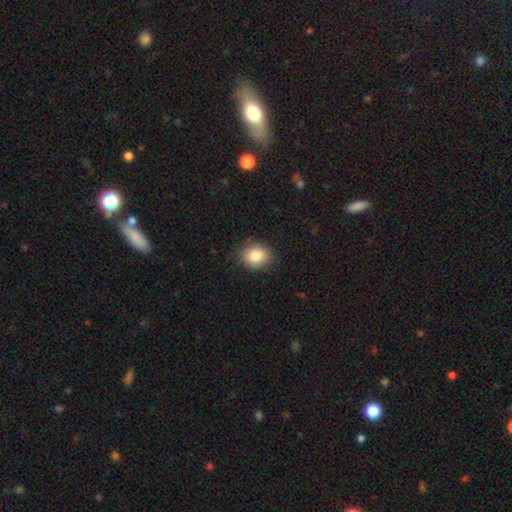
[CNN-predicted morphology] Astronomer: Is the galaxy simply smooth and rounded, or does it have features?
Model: smooth — 86%.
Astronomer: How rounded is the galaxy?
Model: in between — 52% (runner-up: round, 47%).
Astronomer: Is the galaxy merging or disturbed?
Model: none — 84%.